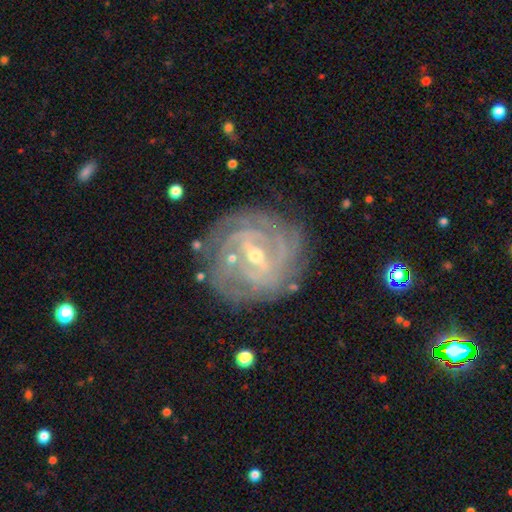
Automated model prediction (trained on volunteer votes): A featured or disk galaxy (88%) with a strong bar (44%), tight (77%) spiral arms (95%) and a small central bulge (56%). Merging: none (77%).